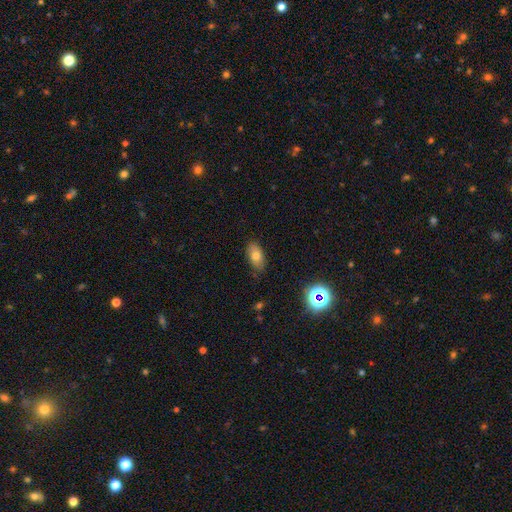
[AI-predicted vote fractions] A smooth galaxy with no disk features (75%) that is in between round and cigar-shaped (90%).

Vote fractions:
- Smooth or featured? smooth: 75% / featured or disk: 14% / star or artifact: 11%
- How rounded? in between: 90% / round: 6% / cigar-shaped: 4%
- Merging? none: 82% / minor disturbance: 14% / major disturbance: 3% / merger: 1%